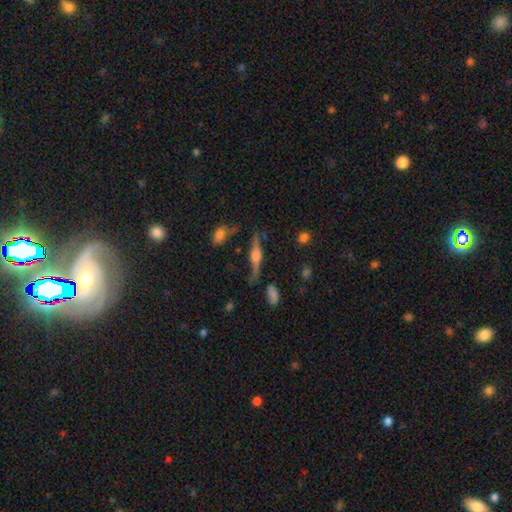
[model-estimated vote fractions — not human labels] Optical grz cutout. It shows a featured or disk galaxy (74%) viewed edge-on (93%) with a rounded central bulge (87%). Merging: none (73%).